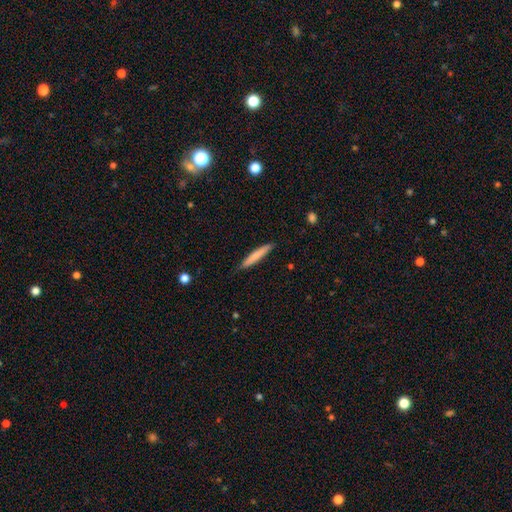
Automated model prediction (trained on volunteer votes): Q: Smooth or featured?
A: smooth (75%); runner-up: featured or disk (20%)
Q: How rounded?
A: cigar-shaped (94%); runner-up: in between (5%)
Q: Merging?
A: none (86%); runner-up: minor disturbance (11%)